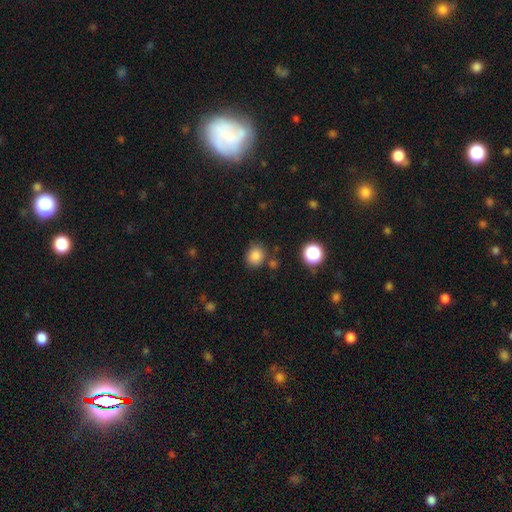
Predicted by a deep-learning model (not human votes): This appears to be a smooth galaxy with no disk features (83%) that is round (70%). Merging: none (78%).